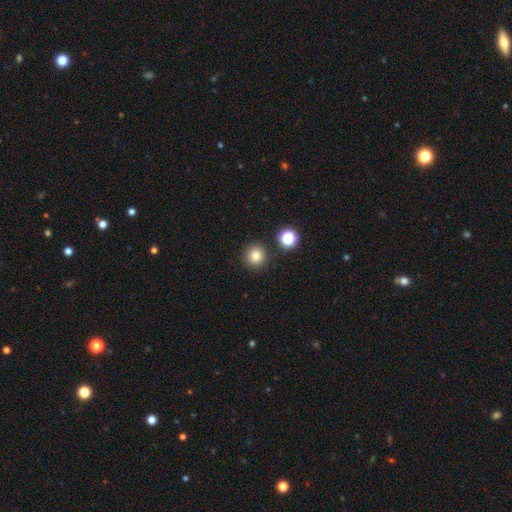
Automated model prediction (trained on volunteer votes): smooth-or-featured: smooth: 82% | star or artifact: 13% | featured or disk: 5%
  how-rounded: round: 93% | in between: 6% | cigar-shaped: 1%
  merging: none: 87% | minor disturbance: 6% | merger: 4% | major disturbance: 2%